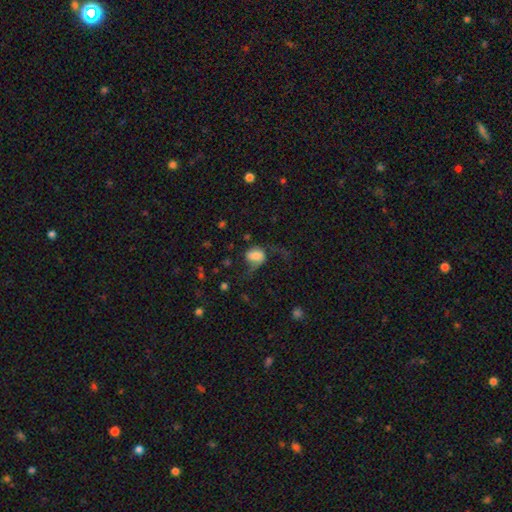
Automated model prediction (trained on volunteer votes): Q: Smooth or featured?
A: smooth (54%); runner-up: featured or disk (36%)
Q: How rounded?
A: in between (57%); runner-up: round (41%)
Q: Merging?
A: major disturbance (43%); runner-up: none (33%)